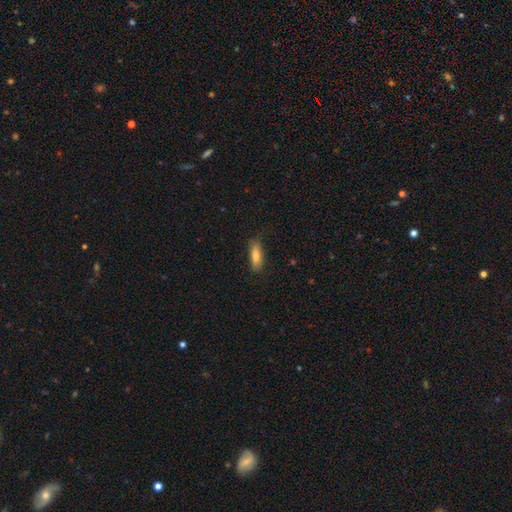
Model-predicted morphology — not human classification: This is likely a smooth galaxy (74%). How rounded: possibly cigar-shaped (51%). Merging: clearly none (82%).